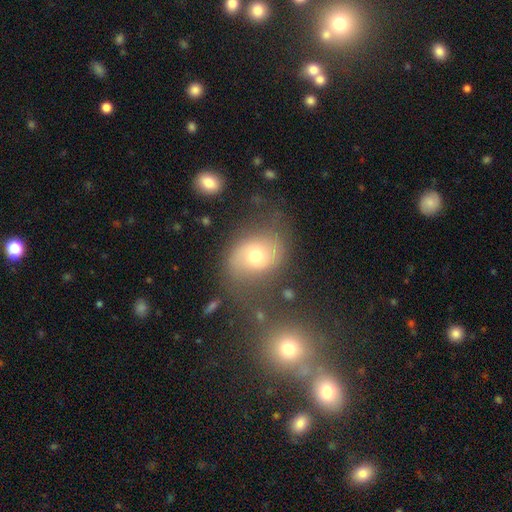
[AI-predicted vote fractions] Smooth or featured? featured or disk (52%)
Edge-on disk? no (96%)
Merging? none (62%)